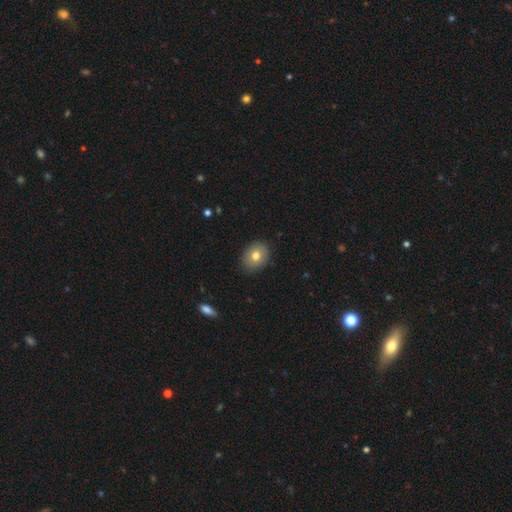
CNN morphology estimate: Q: Smooth or featured?
A: smooth (76%); runner-up: featured or disk (15%)
Q: How rounded?
A: in between (53%); runner-up: round (46%)
Q: Merging?
A: none (88%); runner-up: minor disturbance (9%)